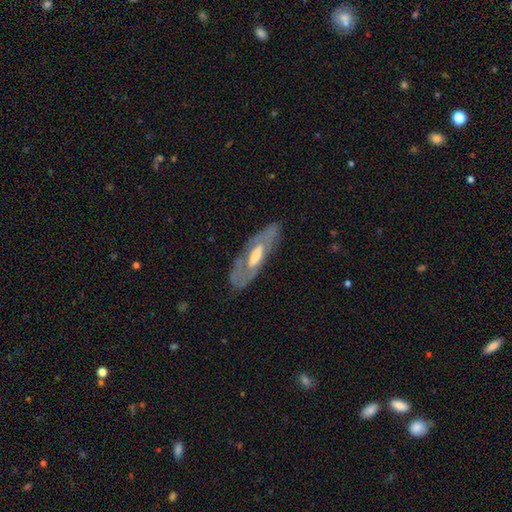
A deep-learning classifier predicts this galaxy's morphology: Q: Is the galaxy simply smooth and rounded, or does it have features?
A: featured or disk — 70%.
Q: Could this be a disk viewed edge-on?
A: no — 72%.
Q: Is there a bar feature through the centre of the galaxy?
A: no — 49%.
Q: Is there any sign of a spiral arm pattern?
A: no — 56%.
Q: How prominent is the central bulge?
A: moderate — 45%.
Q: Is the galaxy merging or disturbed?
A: none — 73%.